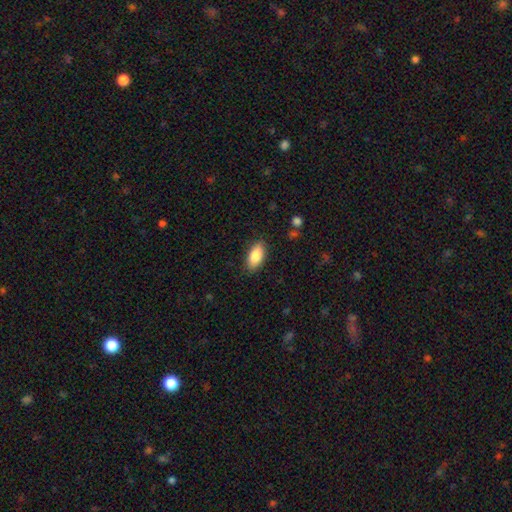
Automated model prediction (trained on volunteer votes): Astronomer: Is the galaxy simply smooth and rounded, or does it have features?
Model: smooth — 87%.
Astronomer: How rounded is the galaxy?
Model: in between — 90%.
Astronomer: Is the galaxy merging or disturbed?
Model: none — 86%.